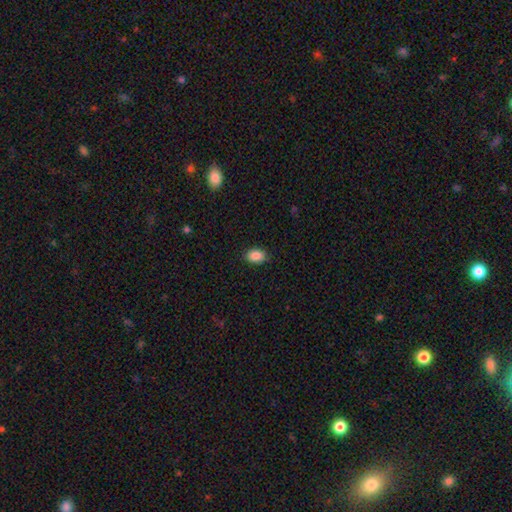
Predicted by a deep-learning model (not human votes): This appears to be a smooth galaxy with no disk features (88%) that is in between round and cigar-shaped (82%). Merging: none (88%).